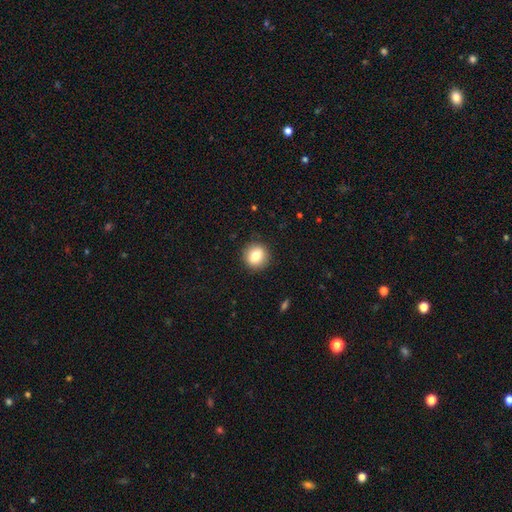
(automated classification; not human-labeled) Smooth or featured: smooth — 81% (featured or disk — 10%)
How rounded: round — 85% (in between — 14%)
Merging: none — 90% (minor disturbance — 7%)